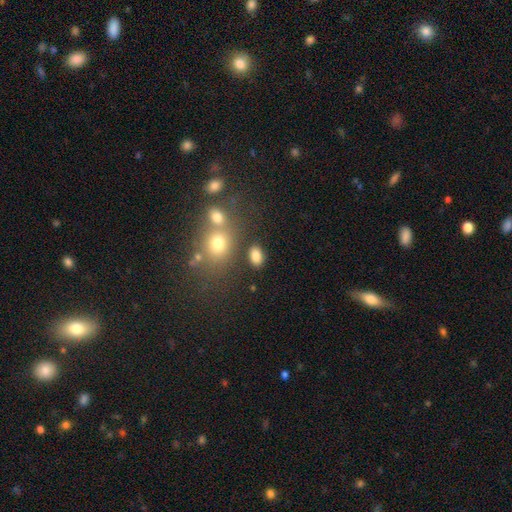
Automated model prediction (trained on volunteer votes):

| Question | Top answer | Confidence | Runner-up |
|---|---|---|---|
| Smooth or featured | smooth | 82% | star or artifact (11%) |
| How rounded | in between | 81% | round (17%) |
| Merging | none | 77% | minor disturbance (10%) |